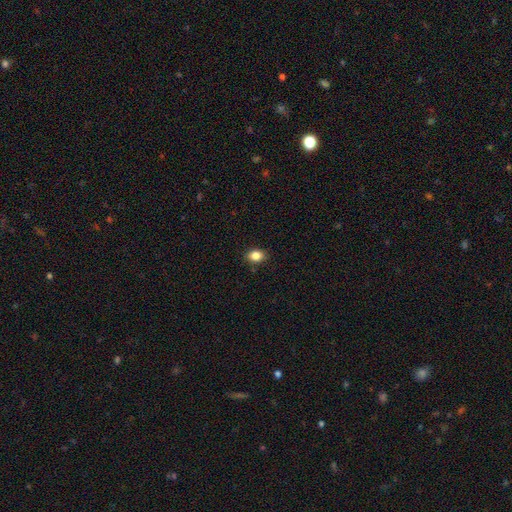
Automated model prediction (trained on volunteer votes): Smooth or featured? Predicted: smooth (p=0.85). How rounded? Predicted: in between (p=0.68). Merging? Predicted: none (p=0.87).